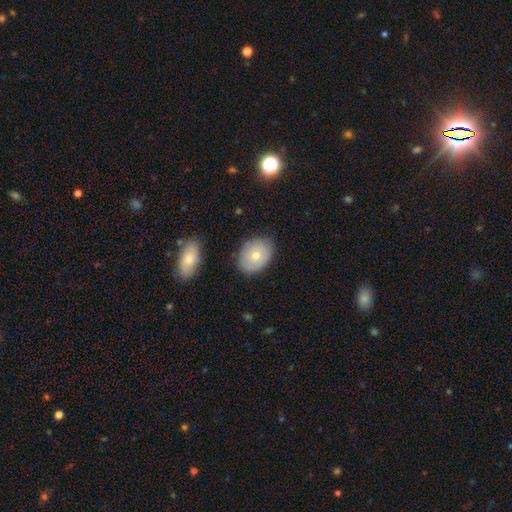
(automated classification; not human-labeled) This appears to be a smooth galaxy with no disk features (69%) that is in between round and cigar-shaped (68%). Merging: none (81%).